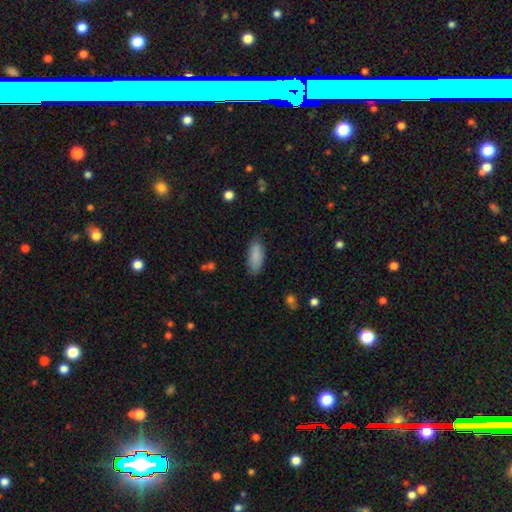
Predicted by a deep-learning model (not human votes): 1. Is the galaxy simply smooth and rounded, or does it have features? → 88% smooth, 7% featured or disk, 6% star or artifact.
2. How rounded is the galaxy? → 77% in between, 21% cigar-shaped, 2% round.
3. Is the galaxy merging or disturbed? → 81% none, 15% minor disturbance, 3% major disturbance, 1% merger.